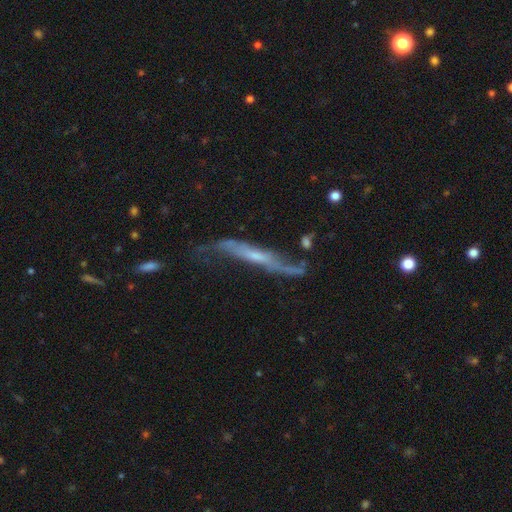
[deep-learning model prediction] featured or disk 77%, smooth 15%, star or artifact 8%. Down the decision tree: edge-on disk — yes (58%); merging — none (51%).